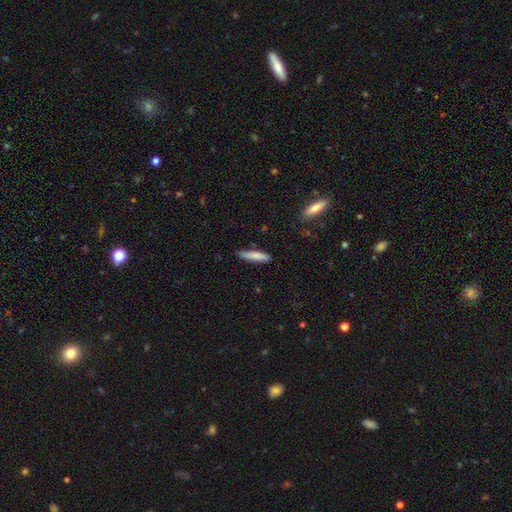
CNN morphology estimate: A smooth galaxy with no disk features (79%) that is cigar-shaped (80%).

Vote fractions:
- Smooth or featured? smooth: 79% / featured or disk: 15% / star or artifact: 6%
- How rounded? cigar-shaped: 80% / in between: 18% / round: 1%
- Merging? none: 72% / minor disturbance: 22% / major disturbance: 3% / merger: 2%